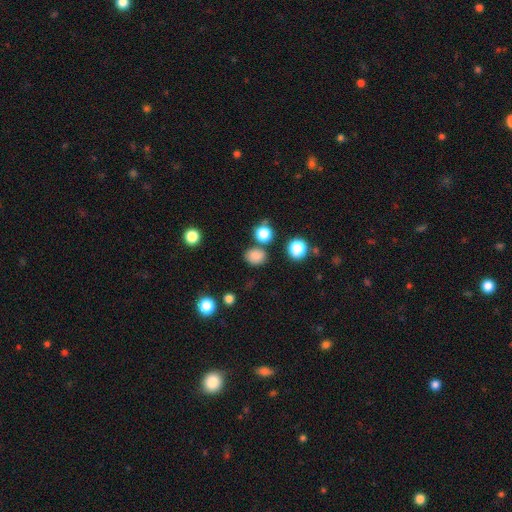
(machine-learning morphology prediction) Overall: smooth (81%). How rounded: round (59%; in between 40%). Merging: none (76%).